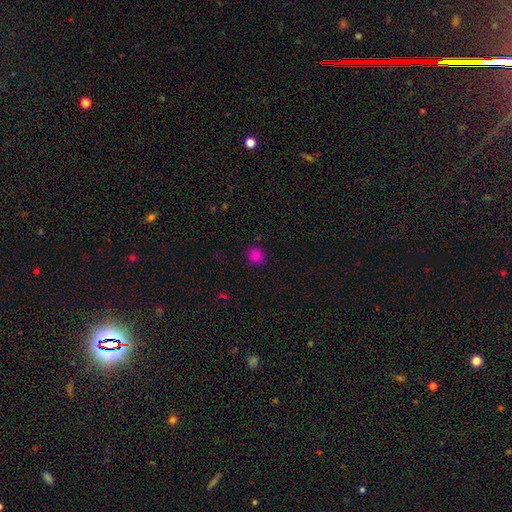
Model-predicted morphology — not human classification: Smooth or featured? Predicted: smooth (p=0.82). How rounded? Predicted: round (p=0.87). Merging? Predicted: none (p=0.89).